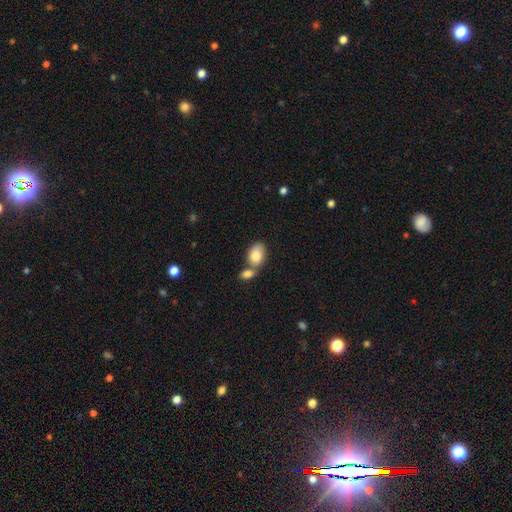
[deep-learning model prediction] A smooth galaxy with no disk features (84%) that is in between round and cigar-shaped (86%).

Vote fractions:
- Smooth or featured? smooth: 84% / featured or disk: 9% / star or artifact: 7%
- How rounded? in between: 86% / round: 13% / cigar-shaped: 1%
- Merging? merger: 48% / none: 37% / minor disturbance: 11% / major disturbance: 4%